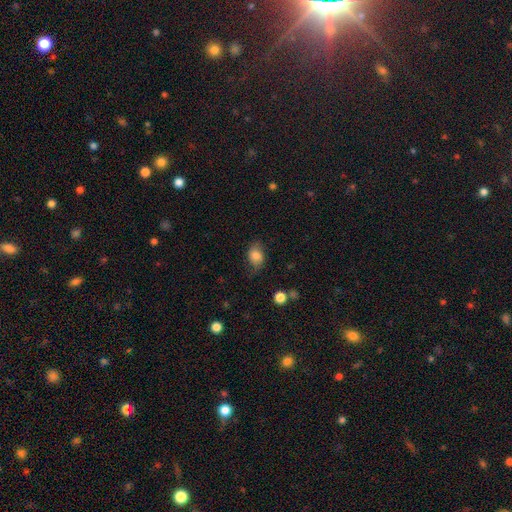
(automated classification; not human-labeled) A smooth galaxy with no disk features (77%) that is in between round and cigar-shaped (74%).

Vote fractions:
- Smooth or featured? smooth: 77% / featured or disk: 13% / star or artifact: 9%
- How rounded? in between: 74% / round: 25% / cigar-shaped: 1%
- Merging? none: 64% / minor disturbance: 26% / major disturbance: 9% / merger: 2%